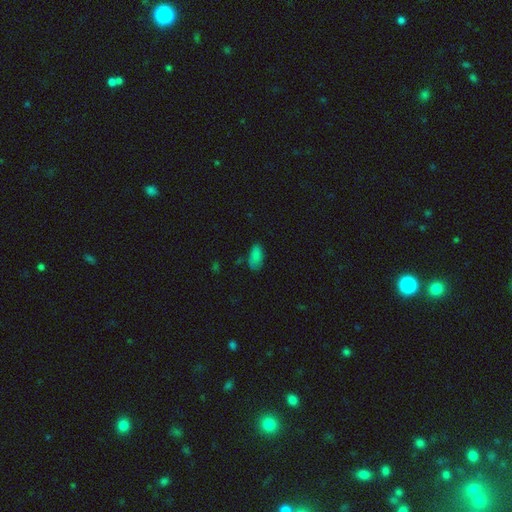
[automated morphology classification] This is clearly a smooth galaxy (83%). How rounded: clearly in between (91%). Merging: likely none (67%).